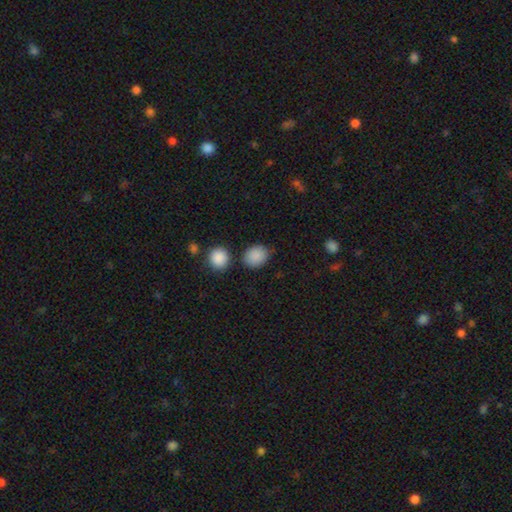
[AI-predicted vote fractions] Q: Smooth or featured?
A: smooth (88%); runner-up: star or artifact (8%)
Q: How rounded?
A: in between (50%); runner-up: round (49%)
Q: Merging?
A: none (76%); runner-up: minor disturbance (14%)